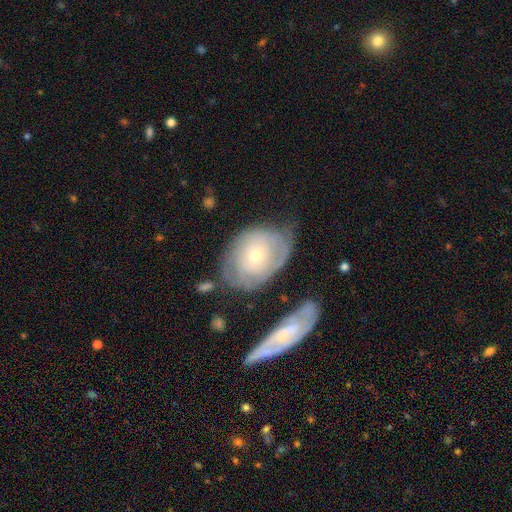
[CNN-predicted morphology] This is possibly a featured or disk galaxy (57%). It is clearly not viewed edge-on (93%). Bar: clearly no (82%). Spiral arm pattern: likely yes (70%). Central bulge: likely small (61%). Merging: possibly none (56%).